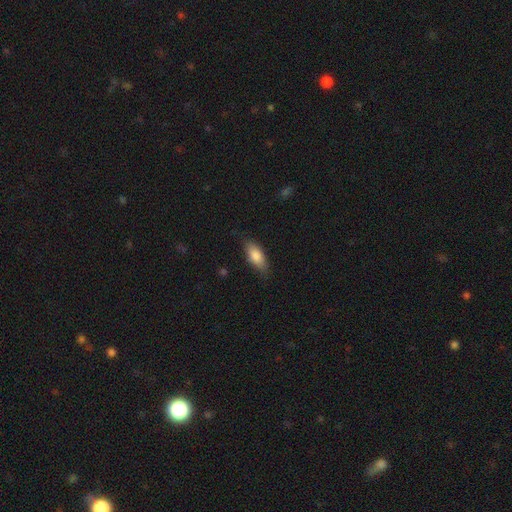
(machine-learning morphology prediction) Smooth or featured: smooth — 81% (featured or disk — 12%)
How rounded: in between — 80% (cigar-shaped — 18%)
Merging: none — 79% (minor disturbance — 17%)